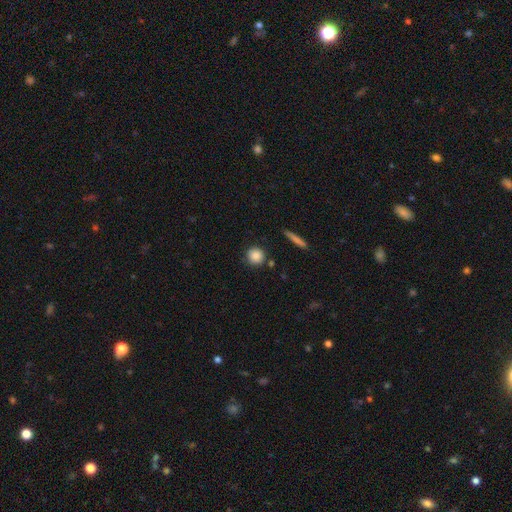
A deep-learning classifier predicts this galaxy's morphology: Smooth or featured: smooth — 86% (star or artifact — 8%)
How rounded: round — 91% (in between — 7%)
Merging: none — 83% (minor disturbance — 10%)